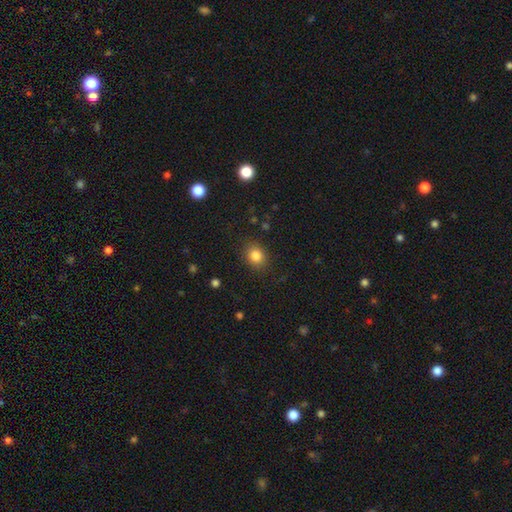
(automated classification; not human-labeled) A smooth galaxy with no disk features (84%) that is round (63%).

Vote fractions:
- Smooth or featured? smooth: 84% / star or artifact: 11% / featured or disk: 5%
- How rounded? round: 63% / in between: 36% / cigar-shaped: 1%
- Merging? none: 86% / minor disturbance: 10% / major disturbance: 3% / merger: 1%